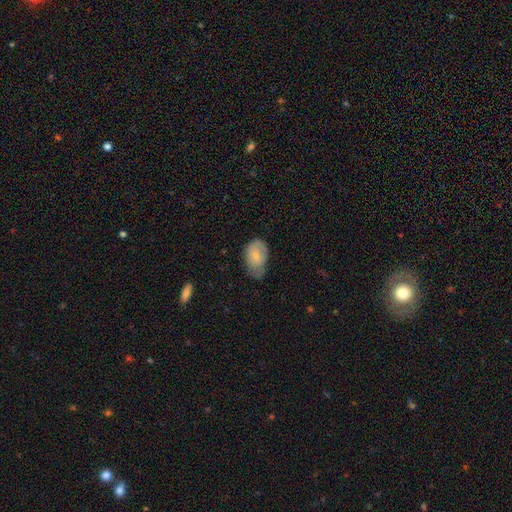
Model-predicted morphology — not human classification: smooth-or-featured: smooth: 72% | featured or disk: 22% | star or artifact: 6%
  how-rounded: in between: 89% | round: 10% | cigar-shaped: 1%
  merging: minor disturbance: 45% | none: 37% | major disturbance: 16% | merger: 2%